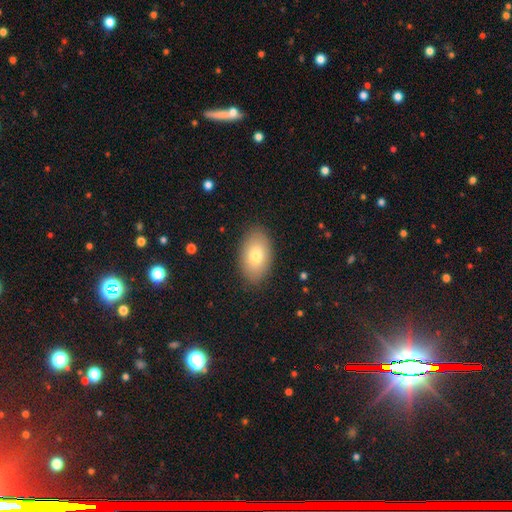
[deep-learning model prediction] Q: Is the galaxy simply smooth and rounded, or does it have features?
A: smooth — 77%.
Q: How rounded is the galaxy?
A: in between — 92%.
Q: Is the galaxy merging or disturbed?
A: none — 87%.